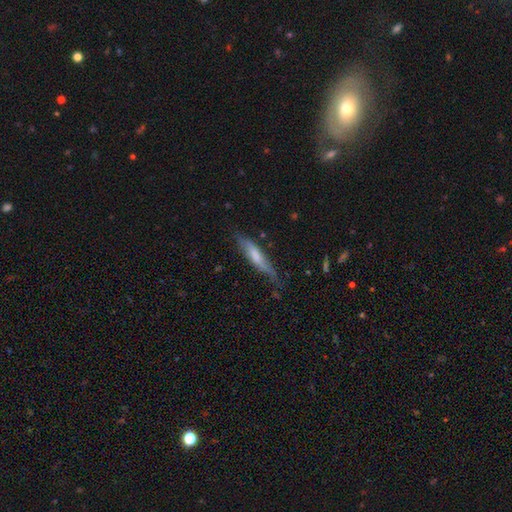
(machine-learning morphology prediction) Smooth or featured?
  - smooth: 58% *
  - featured or disk: 36%
  - star or artifact: 6%
How rounded?
  - cigar-shaped: 83% *
  - in between: 15%
  - round: 2%
Merging?
  - none: 60% *
  - minor disturbance: 30%
  - major disturbance: 8%
  - merger: 2%